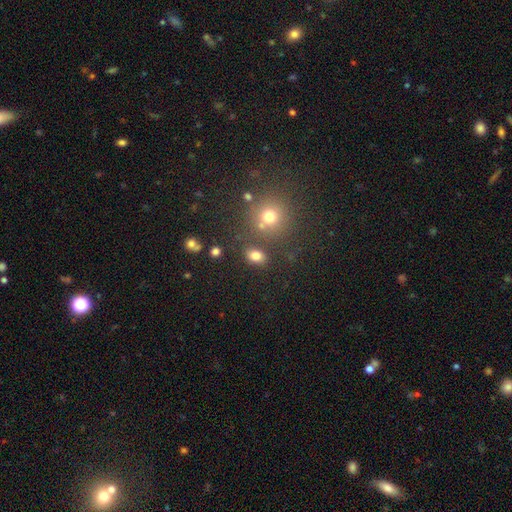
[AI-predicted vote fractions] smooth 79%, star or artifact 14%, featured or disk 7%. Down the decision tree: how rounded — in between (75%); merging — none (77%).